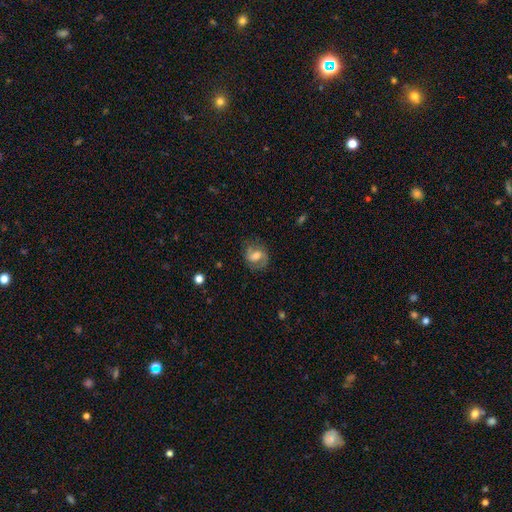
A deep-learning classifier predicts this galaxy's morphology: Smooth or featured: featured or disk — 62% (smooth — 30%)
Edge-on disk: no — 97% (yes — 3%)
Bar: weak — 50% (no — 28%)
Spiral arms: yes — 87% (no — 13%)
Spiral winding: medium — 48% (loose — 30%)
Spiral arm count: 2 — 80% (1 — 9%)
Bulge size: moderate — 50% (small — 21%)
Merging: none — 71% (minor disturbance — 18%)